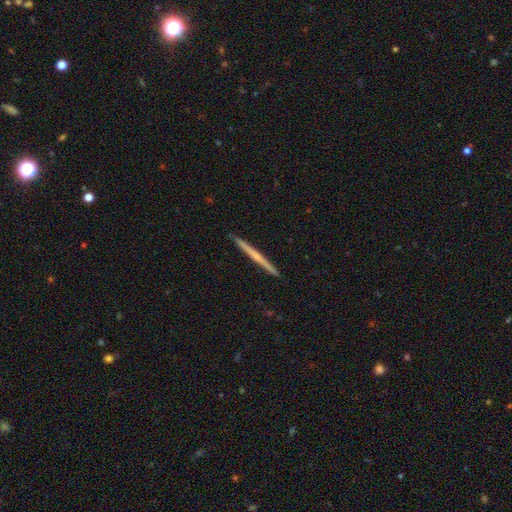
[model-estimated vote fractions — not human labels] Smooth or featured?
  - featured or disk: 63% *
  - smooth: 32%
  - star or artifact: 6%
Edge-on disk?
  - yes: 98% *
  - no: 2%
Edge-on bulge?
  - none: 59% *
  - rounded: 36%
  - boxy: 5%
Merging?
  - none: 93% *
  - minor disturbance: 5%
  - major disturbance: 1%
  - merger: 1%